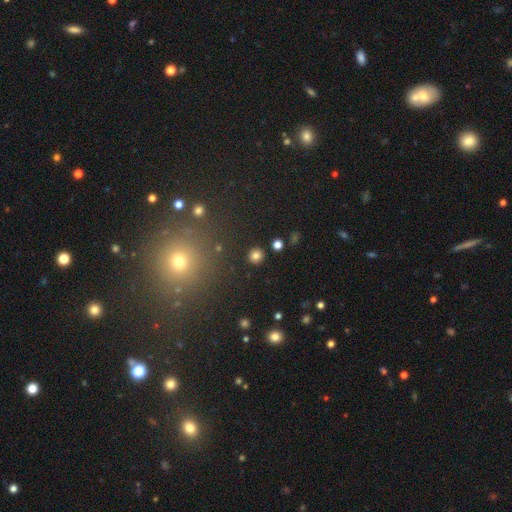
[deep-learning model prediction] This appears to be a smooth galaxy with no disk features (81%) that is round (93%). Merging: none (91%).